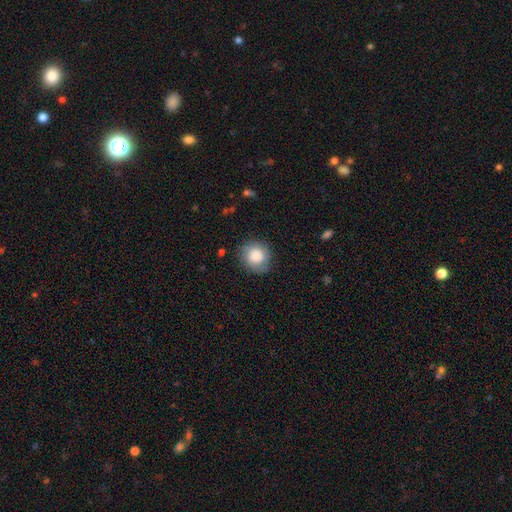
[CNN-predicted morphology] Smooth or featured? smooth (80%)
How rounded? round (88%)
Merging? none (79%)